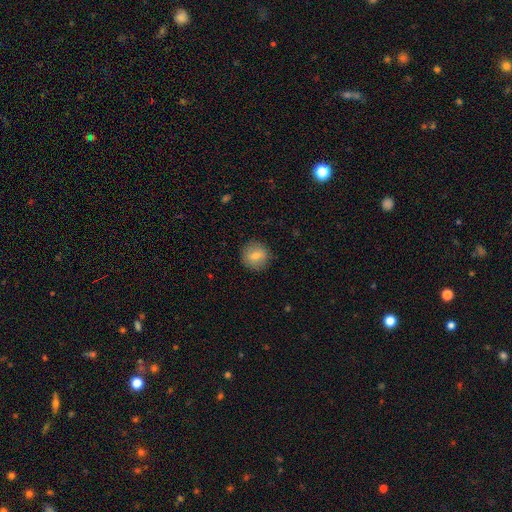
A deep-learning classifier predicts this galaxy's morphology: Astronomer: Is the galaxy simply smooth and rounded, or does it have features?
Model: smooth — 76%.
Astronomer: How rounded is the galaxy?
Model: round — 91%.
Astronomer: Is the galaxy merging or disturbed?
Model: none — 89%.